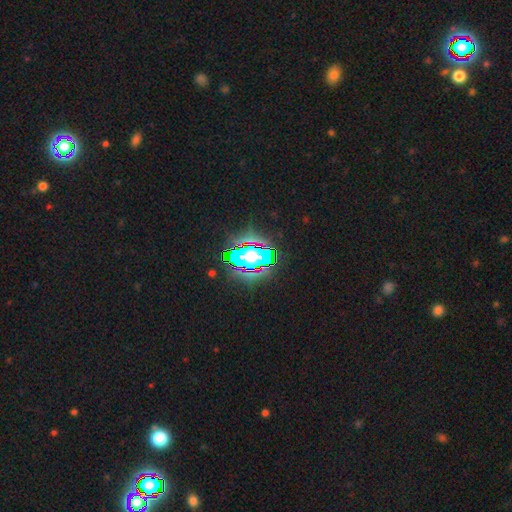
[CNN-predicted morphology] Smooth or featured? Predicted: star or artifact (p=0.61).